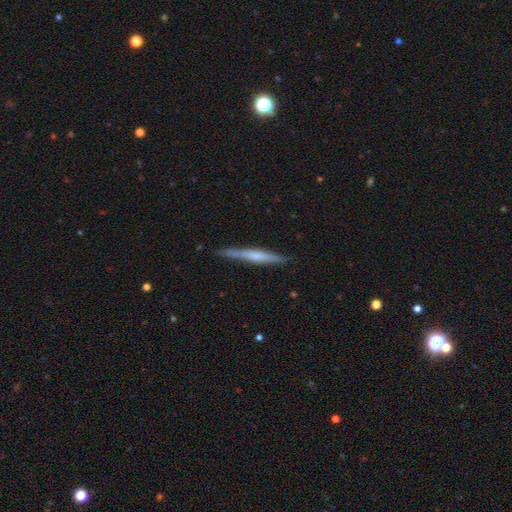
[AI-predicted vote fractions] This is possibly a featured or disk galaxy (57%). It is clearly viewed edge-on (97%). Edge-on bulge: possibly none (46%). Merging: clearly none (87%).